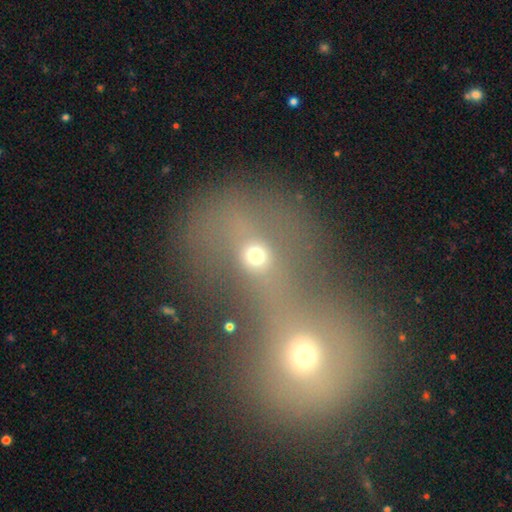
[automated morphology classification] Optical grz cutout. It shows a smooth galaxy with no disk features (64%) that is round (60%). Merging: merger (43%).